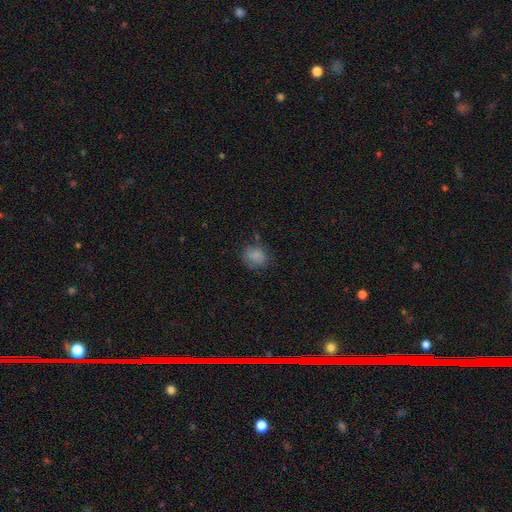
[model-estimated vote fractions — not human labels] Morphology: type=smooth (79%); roundness=round (62%); merging=none (66%).